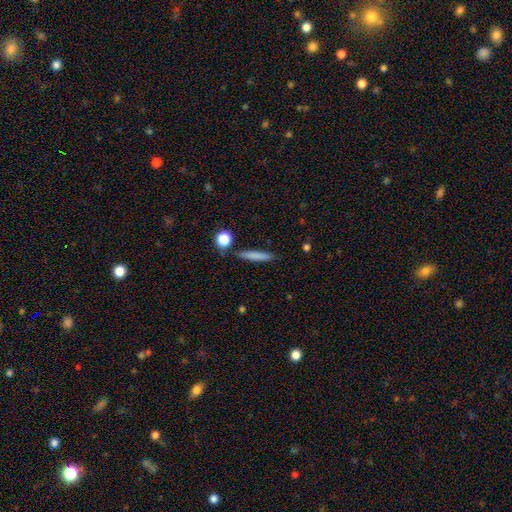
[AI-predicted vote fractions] This appears to be a smooth galaxy with no disk features (77%) that is cigar-shaped (90%). Merging: none (85%).